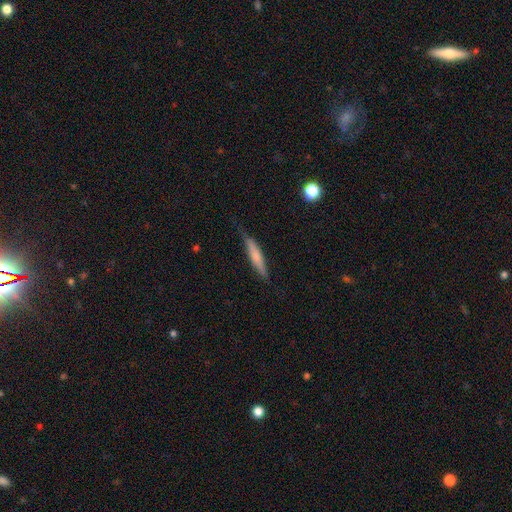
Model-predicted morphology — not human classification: Smooth or featured: smooth — 62% (featured or disk — 32%)
How rounded: cigar-shaped — 89% (in between — 9%)
Merging: none — 72% (minor disturbance — 22%)